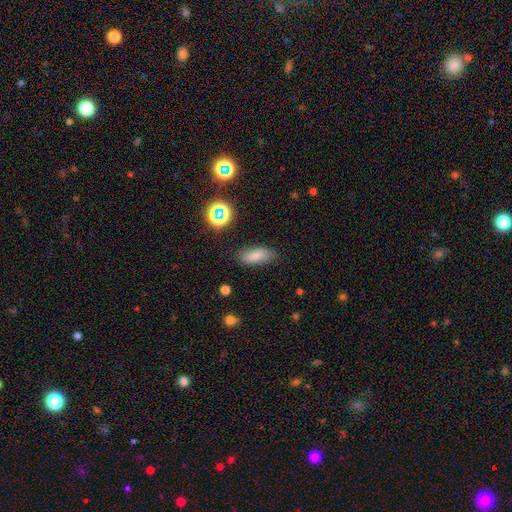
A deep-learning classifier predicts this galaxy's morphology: Smooth or featured: smooth — 75% (featured or disk — 13%)
How rounded: in between — 80% (cigar-shaped — 16%)
Merging: none — 79% (minor disturbance — 15%)